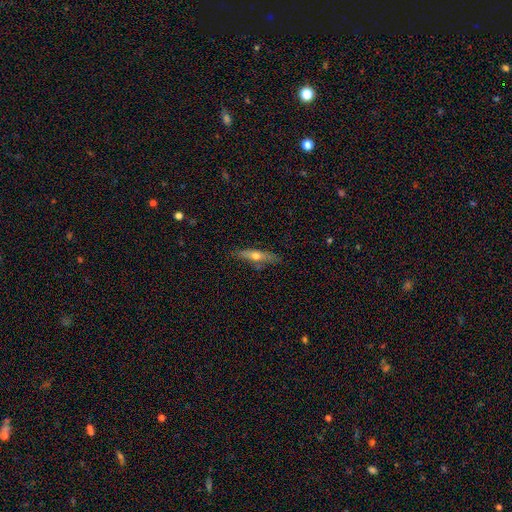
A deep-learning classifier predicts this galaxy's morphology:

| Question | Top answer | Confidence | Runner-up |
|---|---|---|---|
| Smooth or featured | featured or disk | 47% | smooth (46%) |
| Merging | none | 81% | minor disturbance (14%) |